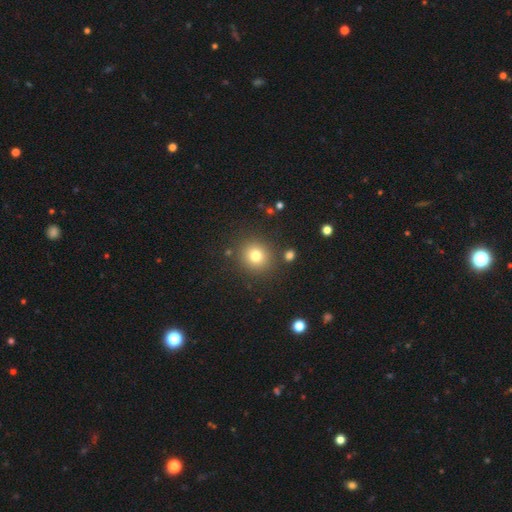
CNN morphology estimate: Smooth or featured?
  - smooth: 78% *
  - star or artifact: 14%
  - featured or disk: 9%
How rounded?
  - round: 87% *
  - in between: 13%
  - cigar-shaped: 1%
Merging?
  - none: 87% *
  - minor disturbance: 7%
  - merger: 3%
  - major disturbance: 3%